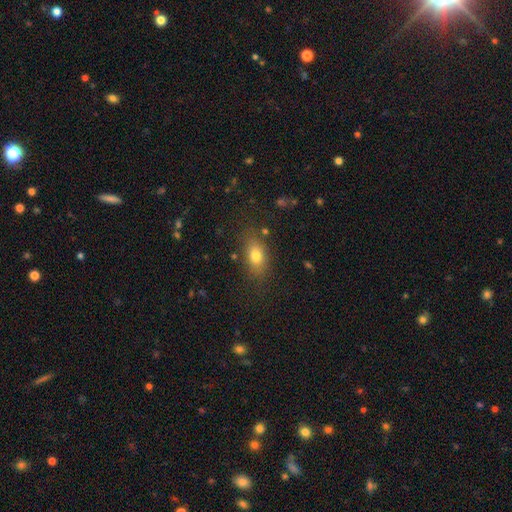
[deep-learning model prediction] Smooth or featured? smooth (77%)
How rounded? in between (82%)
Merging? none (79%)